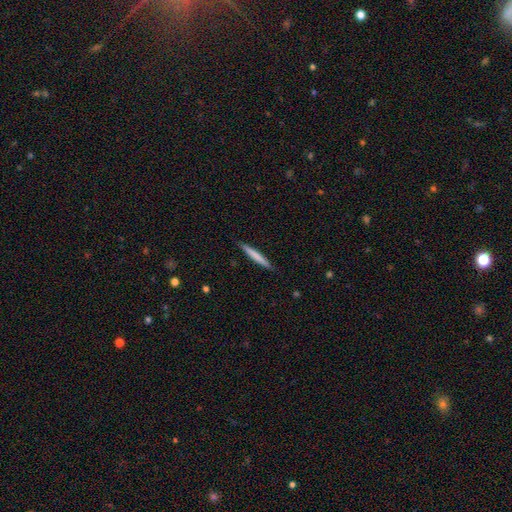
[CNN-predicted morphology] Smooth or featured: smooth — 70% (featured or disk — 24%)
How rounded: cigar-shaped — 96% (in between — 3%)
Merging: none — 90% (minor disturbance — 7%)